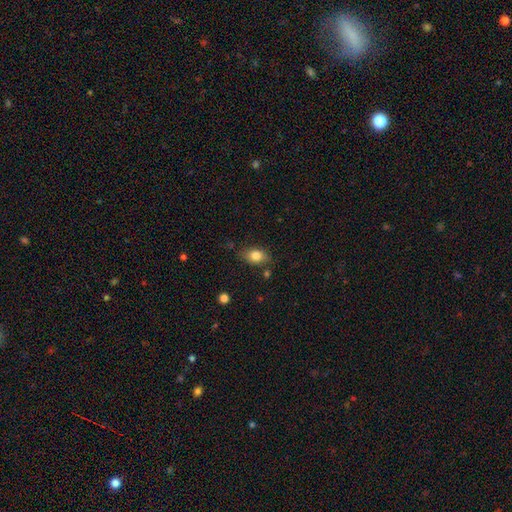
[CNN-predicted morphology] smooth 82%, featured or disk 10%, star or artifact 9%. Down the decision tree: how rounded — in between (78%); merging — none (76%).